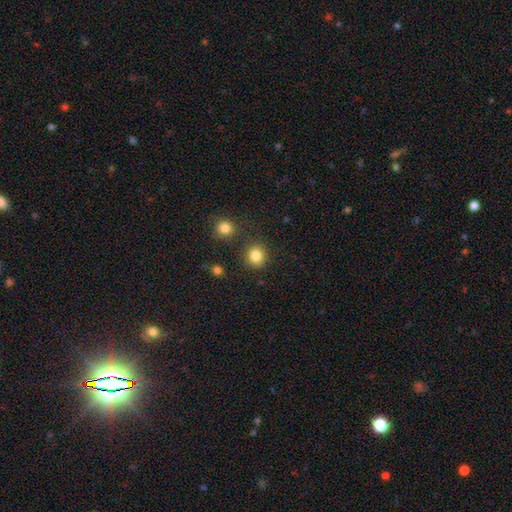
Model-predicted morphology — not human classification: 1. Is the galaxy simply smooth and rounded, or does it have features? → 84% smooth, 11% star or artifact, 5% featured or disk.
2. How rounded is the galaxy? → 84% round, 15% in between, 1% cigar-shaped.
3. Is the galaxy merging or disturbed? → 84% none, 8% minor disturbance, 6% merger, 3% major disturbance.